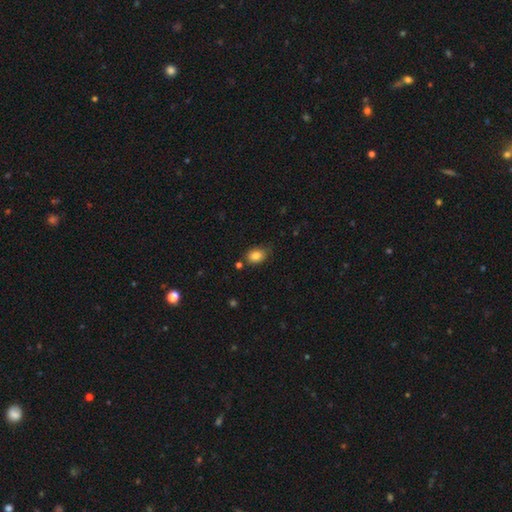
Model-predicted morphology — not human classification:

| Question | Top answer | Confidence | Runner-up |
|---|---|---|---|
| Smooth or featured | smooth | 84% | star or artifact (9%) |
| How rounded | in between | 69% | round (30%) |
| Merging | none | 70% | minor disturbance (21%) |